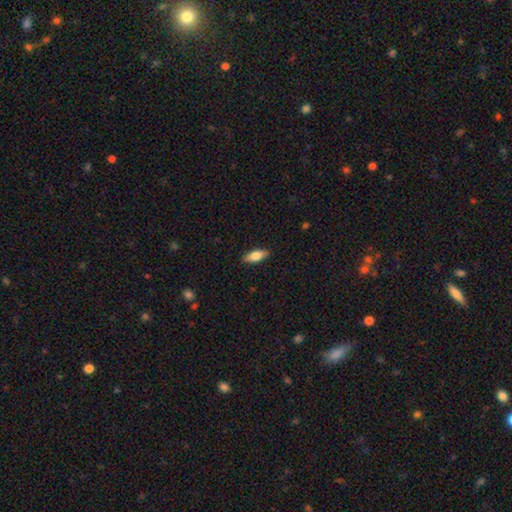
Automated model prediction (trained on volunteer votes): Q: Smooth or featured?
A: smooth (75%); runner-up: featured or disk (19%)
Q: How rounded?
A: in between (74%); runner-up: cigar-shaped (24%)
Q: Merging?
A: none (89%); runner-up: minor disturbance (8%)